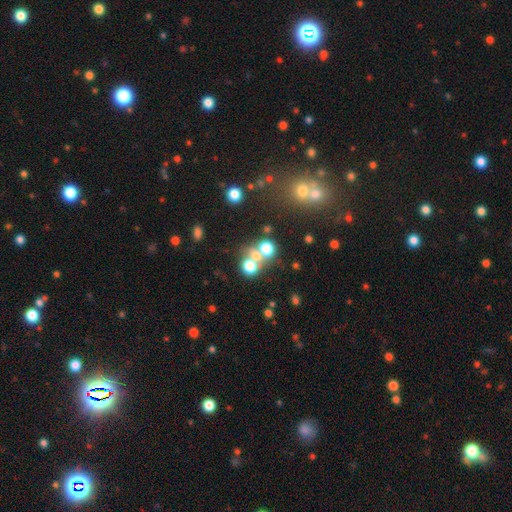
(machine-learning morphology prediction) smooth_or_featured: smooth (p=0.61) [alt: star or artifact p=0.23]
how_rounded: round (p=0.75) [alt: in between p=0.24]
merging: merger (p=0.47) [alt: none p=0.40]